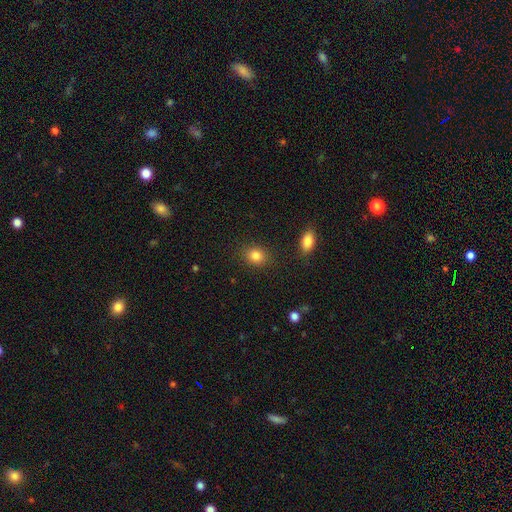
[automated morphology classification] This appears to be a smooth galaxy with no disk features (85%) that is round (57%). Merging: none (87%).